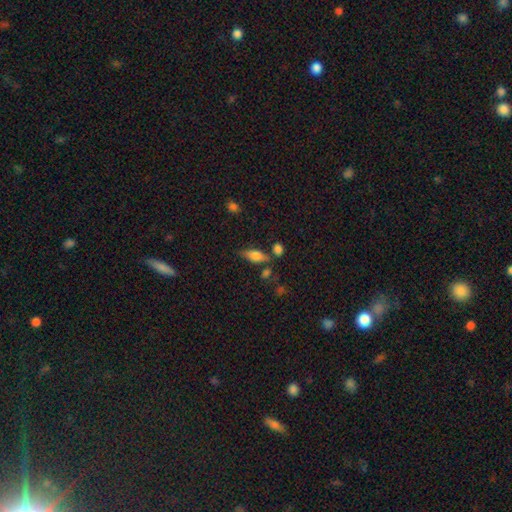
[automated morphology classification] A smooth galaxy with no disk features (64%) that is in between round and cigar-shaped (71%).

Vote fractions:
- Smooth or featured? smooth: 64% / featured or disk: 27% / star or artifact: 9%
- How rounded? in between: 71% / cigar-shaped: 25% / round: 4%
- Merging? none: 66% / minor disturbance: 18% / merger: 11% / major disturbance: 6%